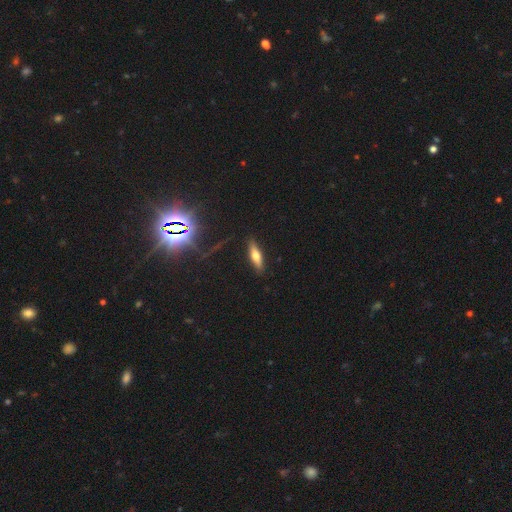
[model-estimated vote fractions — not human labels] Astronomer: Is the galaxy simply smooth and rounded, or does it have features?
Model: smooth — 54% (runner-up: featured or disk, 36%).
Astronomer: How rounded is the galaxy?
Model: cigar-shaped — 65%.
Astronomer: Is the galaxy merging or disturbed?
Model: none — 87%.